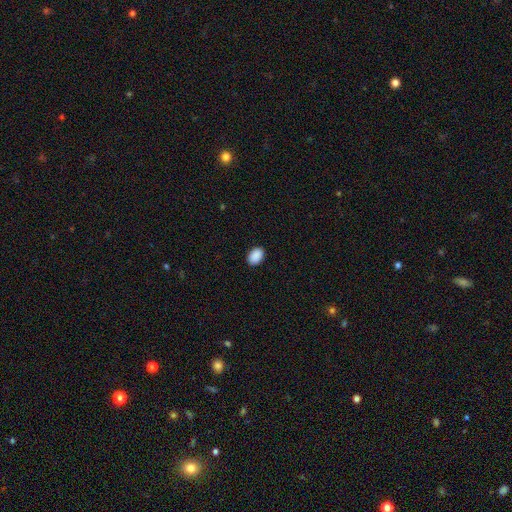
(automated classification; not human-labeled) Q: Smooth or featured?
A: smooth (90%); runner-up: star or artifact (7%)
Q: How rounded?
A: in between (81%); runner-up: round (18%)
Q: Merging?
A: none (89%); runner-up: minor disturbance (8%)